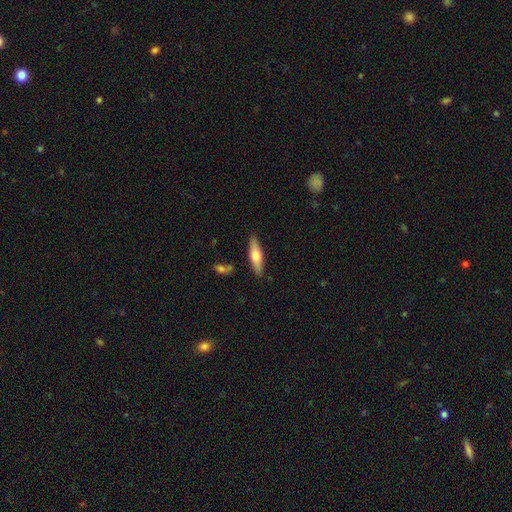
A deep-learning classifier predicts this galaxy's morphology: Smooth or featured: smooth — 56% (featured or disk — 38%)
How rounded: cigar-shaped — 63% (in between — 34%)
Merging: none — 85% (minor disturbance — 10%)